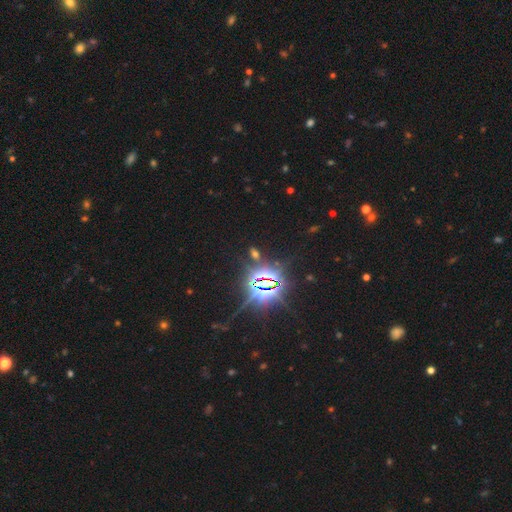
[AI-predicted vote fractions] smooth_or_featured: star or artifact (p=0.84) [alt: smooth p=0.08]